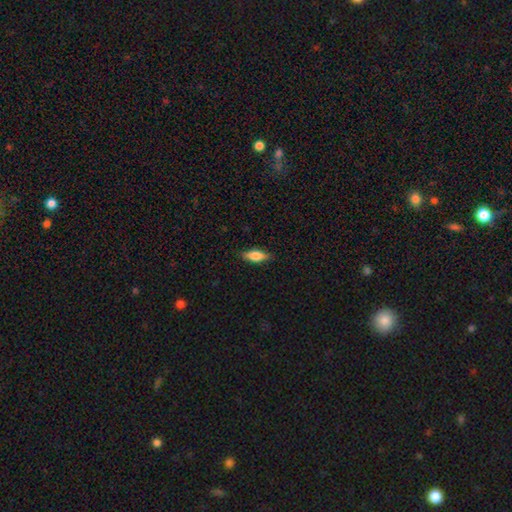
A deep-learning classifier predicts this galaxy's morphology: Smooth or featured?
  - smooth: 68% *
  - featured or disk: 25%
  - star or artifact: 7%
How rounded?
  - in between: 66% *
  - cigar-shaped: 31%
  - round: 3%
Merging?
  - none: 86% *
  - minor disturbance: 11%
  - major disturbance: 2%
  - merger: 1%